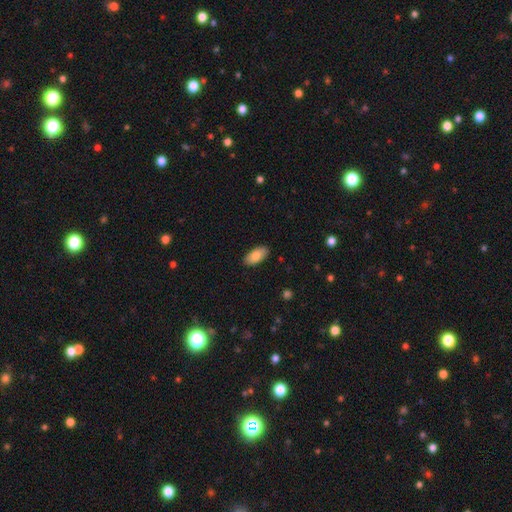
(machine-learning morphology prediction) Smooth or featured? Predicted: smooth (p=0.82). How rounded? Predicted: in between (p=0.91). Merging? Predicted: none (p=0.89).